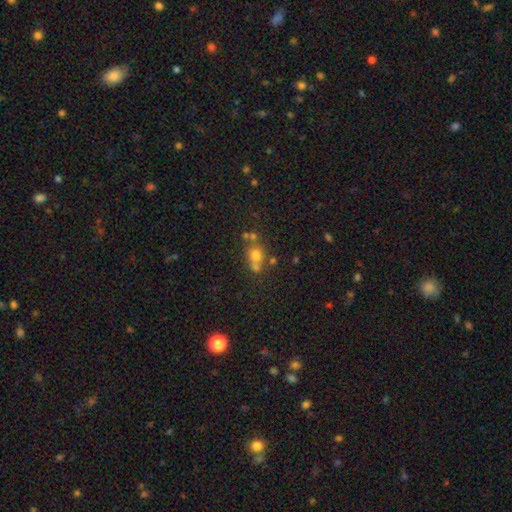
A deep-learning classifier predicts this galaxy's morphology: Q: Smooth or featured?
A: smooth (63%); runner-up: star or artifact (21%)
Q: How rounded?
A: round (78%); runner-up: in between (21%)
Q: Merging?
A: none (49%); runner-up: merger (35%)